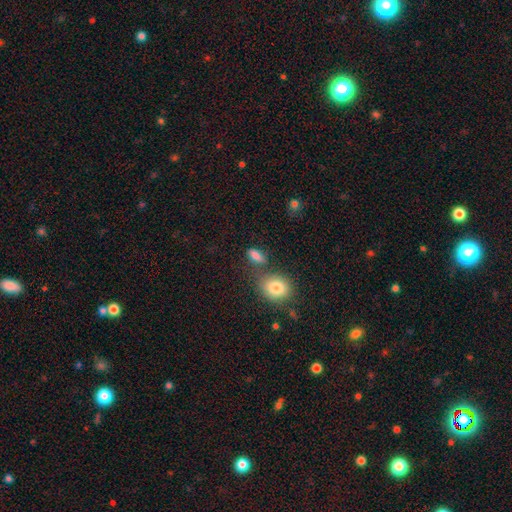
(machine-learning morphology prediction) Smooth or featured?
  - smooth: 82% *
  - star or artifact: 11%
  - featured or disk: 7%
How rounded?
  - in between: 79% *
  - round: 12%
  - cigar-shaped: 10%
Merging?
  - none: 61% *
  - merger: 18%
  - minor disturbance: 14%
  - major disturbance: 6%